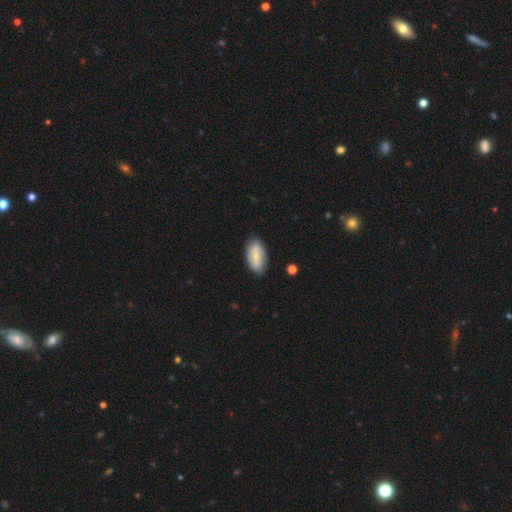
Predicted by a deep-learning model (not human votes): Smooth or featured? smooth (62%)
How rounded? in between (93%)
Merging? none (85%)